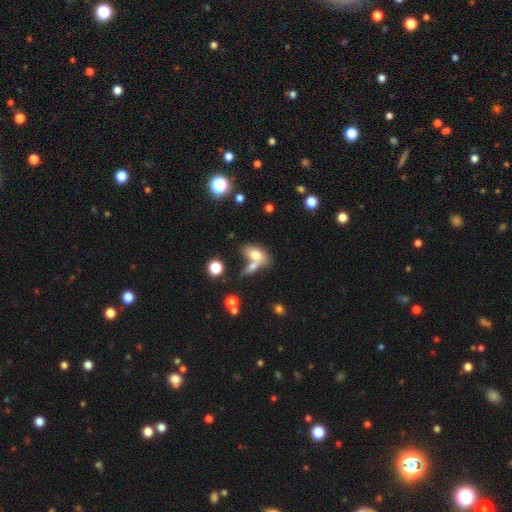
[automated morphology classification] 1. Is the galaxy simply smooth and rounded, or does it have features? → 72% smooth, 18% featured or disk, 10% star or artifact.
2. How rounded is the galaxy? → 84% in between, 9% round, 7% cigar-shaped.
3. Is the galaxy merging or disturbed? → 46% merger, 37% none, 11% minor disturbance, 6% major disturbance.